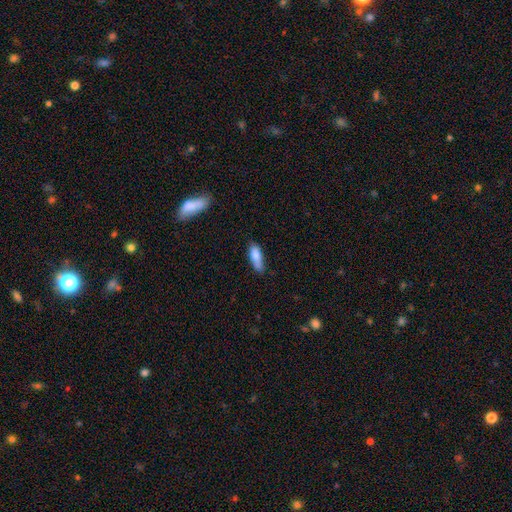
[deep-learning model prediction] The model was most divided on "how rounded": in between: 59%, cigar-shaped: 39%, round: 2%. More confident: smooth or featured — smooth (80%); merging — none (56%).